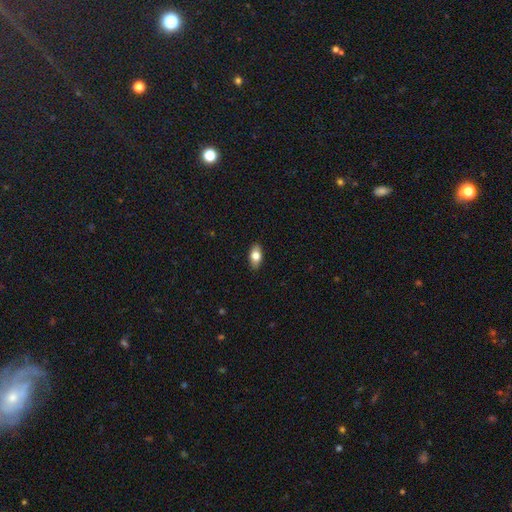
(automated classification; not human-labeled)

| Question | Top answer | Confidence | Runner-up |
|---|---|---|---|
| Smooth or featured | smooth | 76% | featured or disk (17%) |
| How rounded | in between | 88% | cigar-shaped (7%) |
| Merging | none | 89% | minor disturbance (9%) |